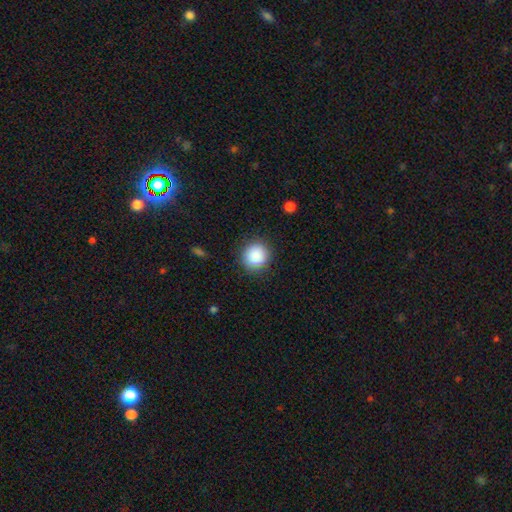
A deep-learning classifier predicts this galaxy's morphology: type=smooth (88%); roundness=round (92%); merging=none (89%).